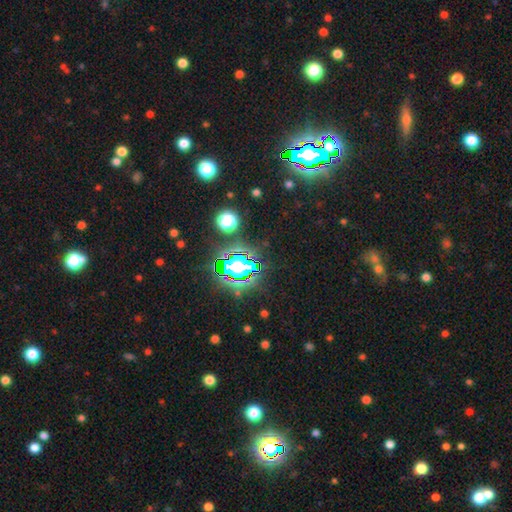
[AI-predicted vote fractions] Smooth or featured?
  - star or artifact: 83% *
  - smooth: 10%
  - featured or disk: 7%